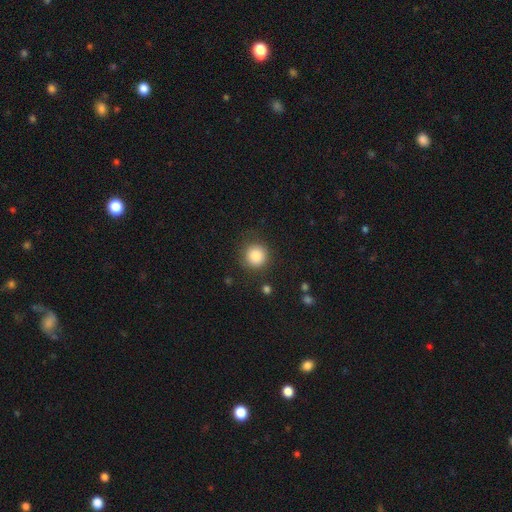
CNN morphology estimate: This is clearly a smooth galaxy (84%). How rounded: clearly round (94%). Merging: clearly none (85%).